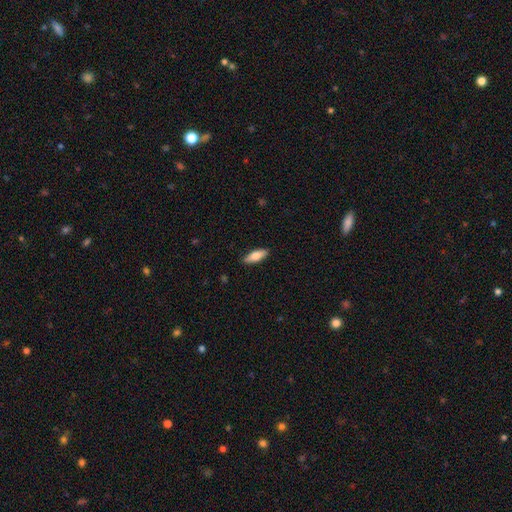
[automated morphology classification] smooth-or-featured: smooth: 72% | featured or disk: 22% | star or artifact: 6%
  how-rounded: in between: 66% | cigar-shaped: 32% | round: 2%
  merging: none: 89% | minor disturbance: 9% | major disturbance: 2% | merger: 1%